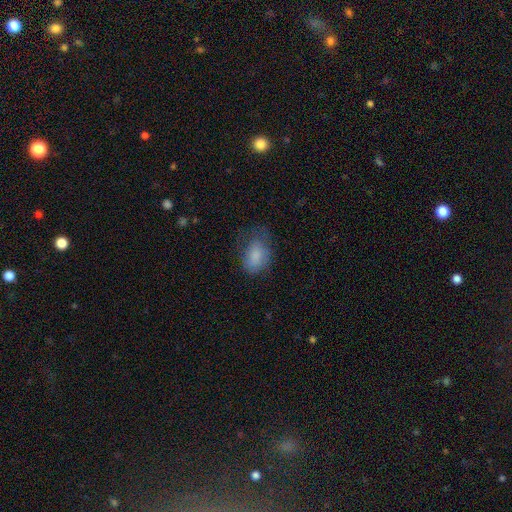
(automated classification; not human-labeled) smooth_or_featured: smooth (p=0.81) [alt: featured or disk p=0.11]
how_rounded: in between (p=0.86) [alt: round p=0.13]
merging: none (p=0.49) [alt: minor disturbance p=0.31]